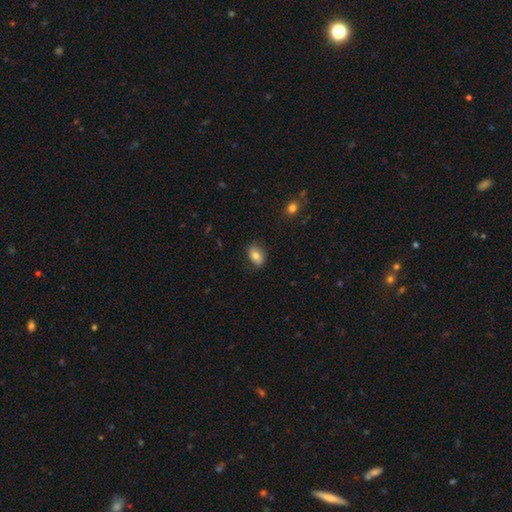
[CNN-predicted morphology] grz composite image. It shows a smooth galaxy with no disk features (76%) that is in between round and cigar-shaped (83%). Merging: none (81%).